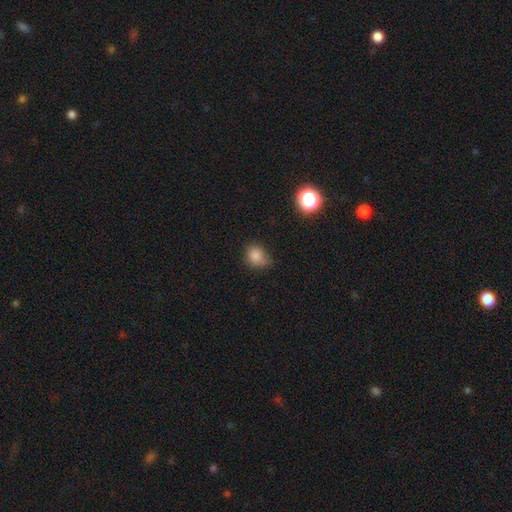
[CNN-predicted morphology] A smooth galaxy with no disk features (81%) that is round (61%).

Vote fractions:
- Smooth or featured? smooth: 81% / star or artifact: 13% / featured or disk: 6%
- How rounded? round: 61% / in between: 38% / cigar-shaped: 1%
- Merging? none: 52% / minor disturbance: 36% / major disturbance: 9% / merger: 3%